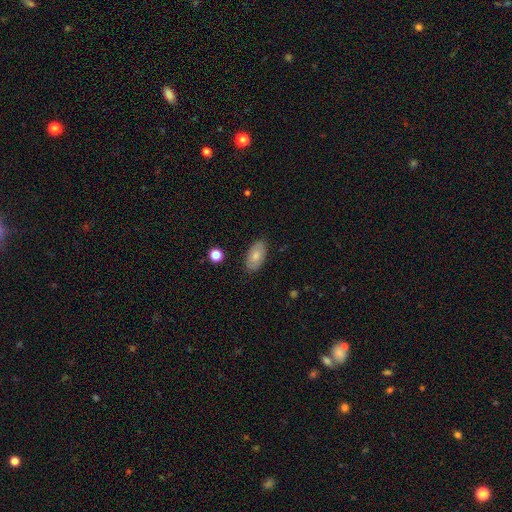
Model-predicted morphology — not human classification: This is likely a smooth galaxy (70%). How rounded: clearly in between (94%). Merging: clearly none (84%).